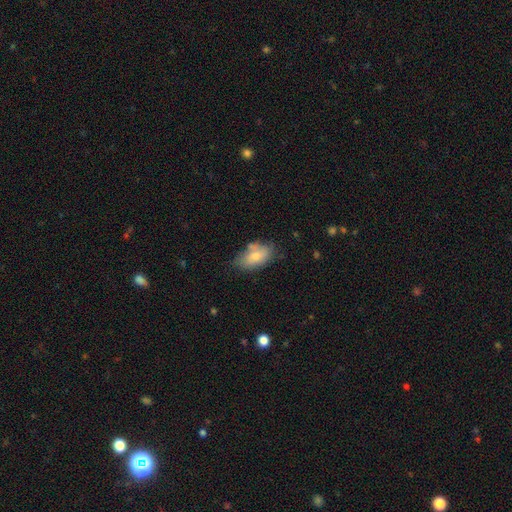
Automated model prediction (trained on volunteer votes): Smooth or featured: smooth — 73% (featured or disk — 20%)
How rounded: in between — 92% (round — 5%)
Merging: none — 56% (minor disturbance — 28%)